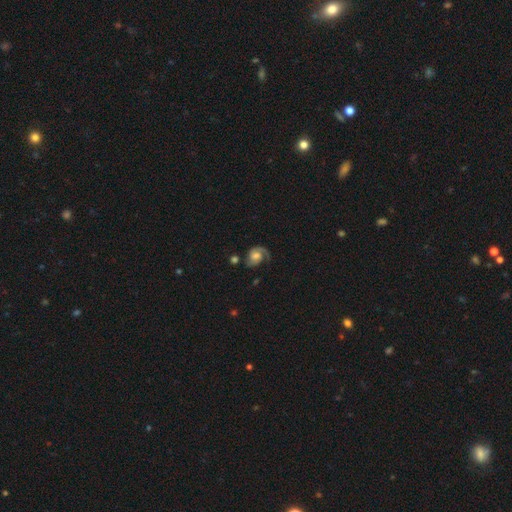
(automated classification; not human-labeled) A featured or disk galaxy (77%) with no bar (61%), 2 (63%) medium (47%) spiral arms (95%) and a moderate central bulge (46%).

Vote fractions:
- Smooth or featured? featured or disk: 77% / smooth: 15% / star or artifact: 7%
- Edge-on disk? no: 98% / yes: 2%
- Bar? no: 61% / weak: 33% / strong: 6%
- Spiral arms? yes: 95% / no: 5%
- Spiral winding? medium: 47% / tight: 30% / loose: 23%
- Spiral arm count? 2: 63% / 1: 30% / can't tell: 4% / 3: 1% / 4: 1% / more than 4: 1%
- Bulge size? moderate: 46% / small: 22% / large: 20% / none: 10% / dominant: 3%
- Merging? none: 57% / minor disturbance: 21% / major disturbance: 17% / merger: 5%